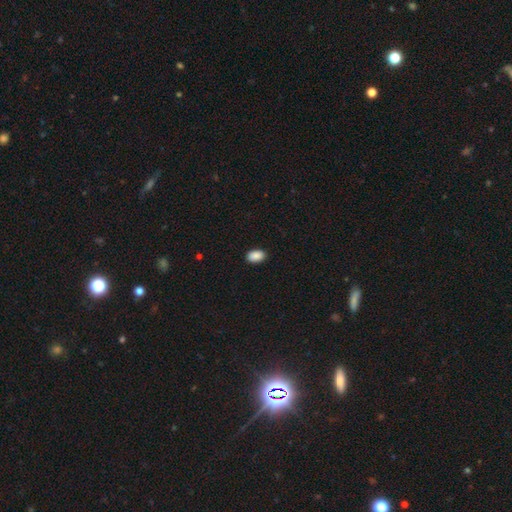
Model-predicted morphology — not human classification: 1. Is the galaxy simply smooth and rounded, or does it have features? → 90% smooth, 7% star or artifact, 3% featured or disk.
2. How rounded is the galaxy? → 91% in between, 8% round, 1% cigar-shaped.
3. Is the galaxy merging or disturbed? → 90% none, 7% minor disturbance, 2% major disturbance, 1% merger.